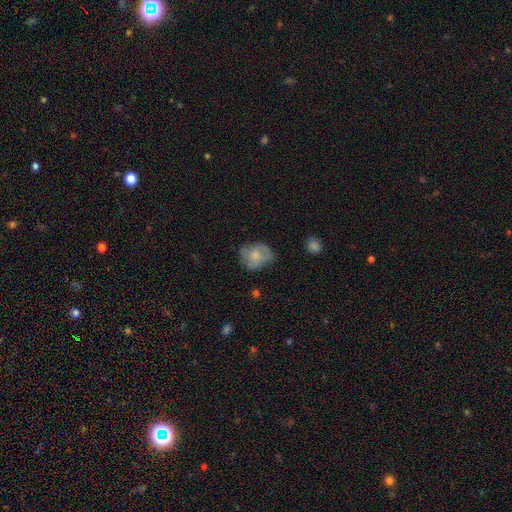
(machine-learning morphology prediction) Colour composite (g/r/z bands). It shows a smooth galaxy with no disk features (60%) that is round (61%). Merging: none (53%).